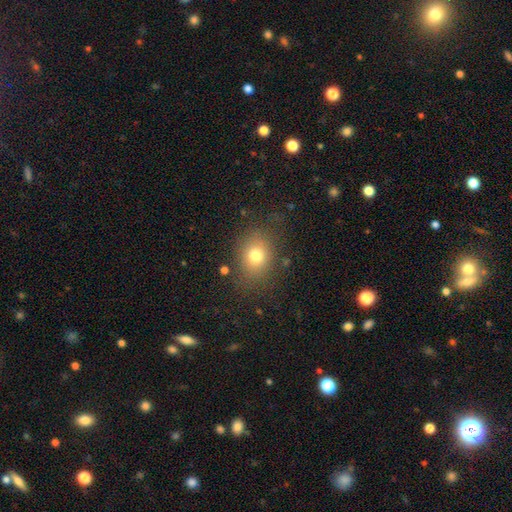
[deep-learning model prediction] Morphology: type=smooth (75%); roundness=round (51%); merging=none (78%).